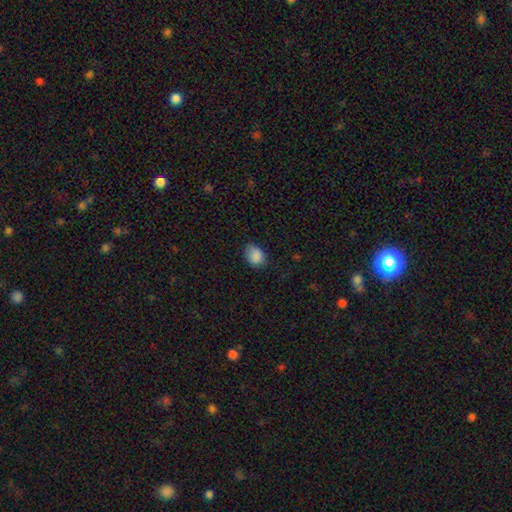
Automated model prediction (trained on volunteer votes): A smooth galaxy with no disk features (87%) that is in between round and cigar-shaped (70%). Merging: none (70%).